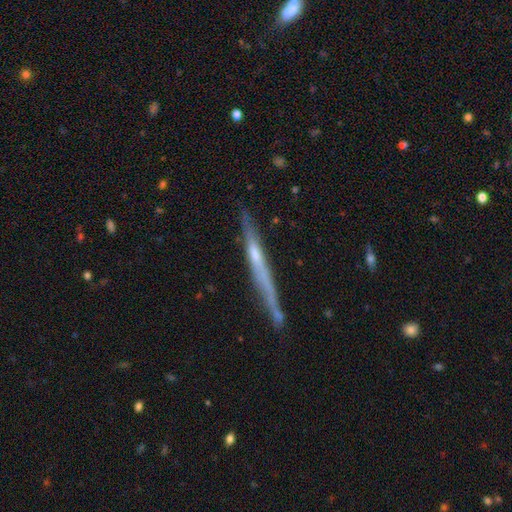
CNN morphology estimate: Smooth or featured: featured or disk — 67% (smooth — 25%)
Edge-on disk: yes — 97% (no — 3%)
Edge-on bulge: none — 57% (rounded — 36%)
Merging: none — 79% (minor disturbance — 15%)